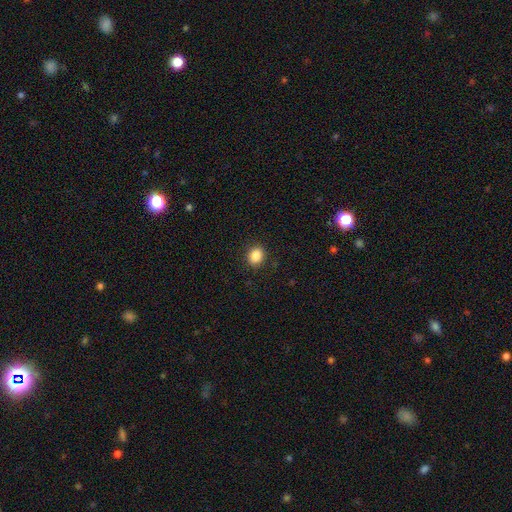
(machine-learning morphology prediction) Smooth or featured?
  - smooth: 87% *
  - star or artifact: 10%
  - featured or disk: 4%
How rounded?
  - round: 63% *
  - in between: 36%
  - cigar-shaped: 1%
Merging?
  - none: 89% *
  - minor disturbance: 7%
  - major disturbance: 2%
  - merger: 1%